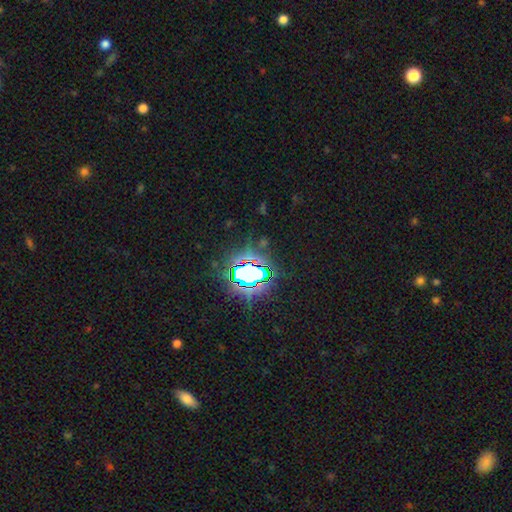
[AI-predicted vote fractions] Q: Smooth or featured?
A: star or artifact (81%); runner-up: smooth (12%)